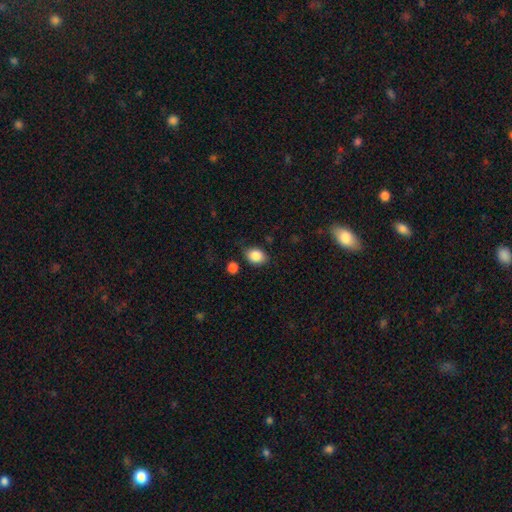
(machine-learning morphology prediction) Q: Smooth or featured?
A: smooth (86%); runner-up: star or artifact (8%)
Q: How rounded?
A: in between (63%); runner-up: round (36%)
Q: Merging?
A: none (76%); runner-up: minor disturbance (16%)